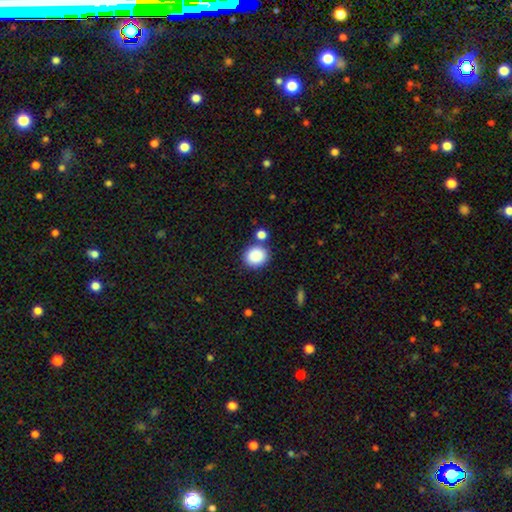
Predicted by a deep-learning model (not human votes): Overall: smooth (87%). How rounded: round (75%). Merging: none (76%).